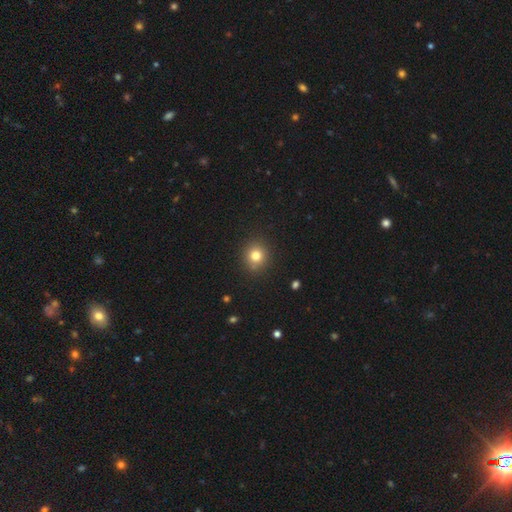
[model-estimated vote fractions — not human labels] smooth 79%, star or artifact 13%, featured or disk 8%. Down the decision tree: how rounded — round (87%); merging — none (88%).